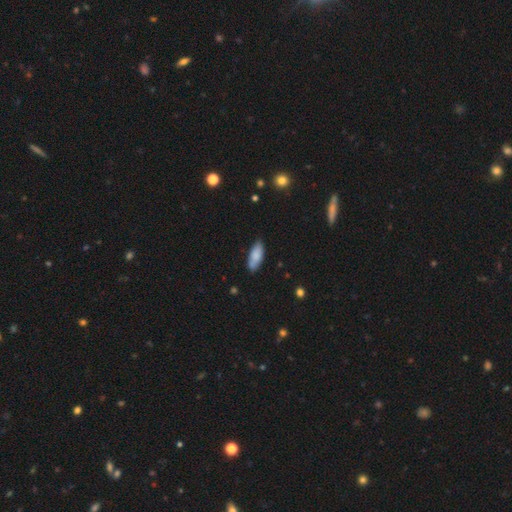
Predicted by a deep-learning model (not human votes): smooth-or-featured: smooth: 82% | featured or disk: 12% | star or artifact: 6%
  how-rounded: in between: 78% | cigar-shaped: 20% | round: 2%
  merging: none: 76% | minor disturbance: 19% | major disturbance: 3% | merger: 2%